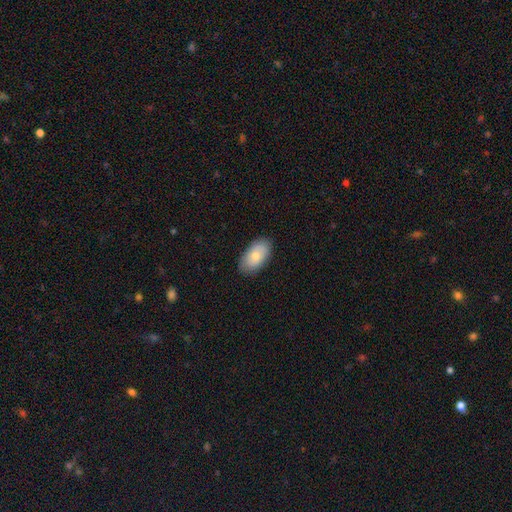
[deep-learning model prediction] Morphology: type=smooth (71%); roundness=in between (94%); merging=none (85%).